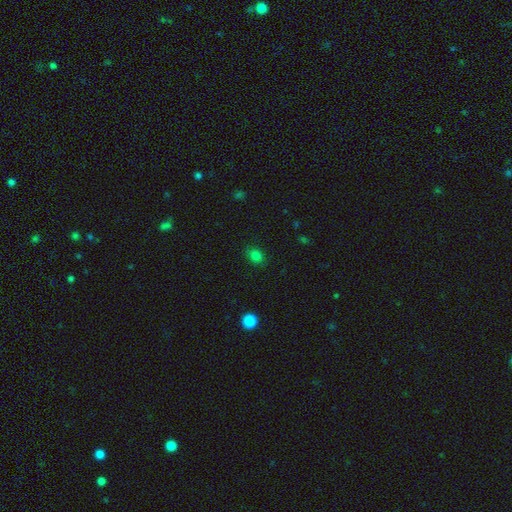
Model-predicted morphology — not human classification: Smooth or featured: smooth — 80% (star or artifact — 15%)
How rounded: in between — 51% (round — 48%)
Merging: none — 84% (minor disturbance — 12%)